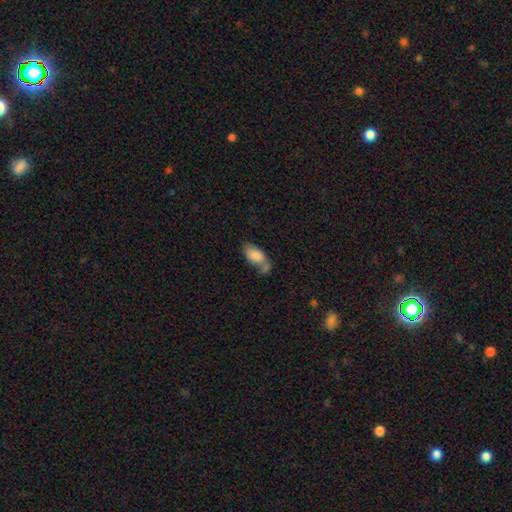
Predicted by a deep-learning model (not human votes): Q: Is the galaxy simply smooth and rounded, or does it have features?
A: smooth — 81%.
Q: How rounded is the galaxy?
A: in between — 92%.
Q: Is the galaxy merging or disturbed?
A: none — 35%.